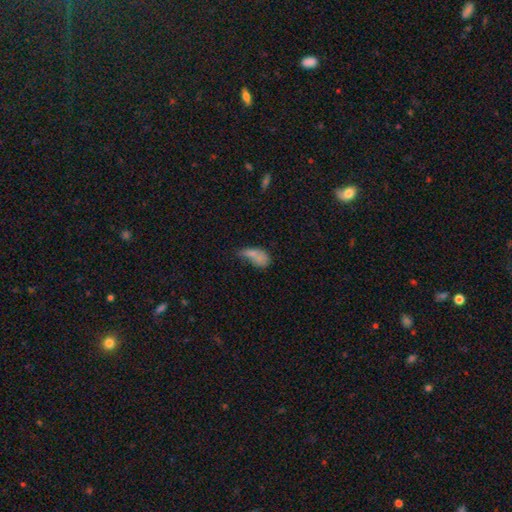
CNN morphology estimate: A smooth galaxy with no disk features (69%) that is in between round and cigar-shaped (82%).

Vote fractions:
- Smooth or featured? smooth: 69% / featured or disk: 19% / star or artifact: 12%
- How rounded? in between: 82% / round: 9% / cigar-shaped: 9%
- Merging? major disturbance: 32% / minor disturbance: 24% / none: 23% / merger: 21%